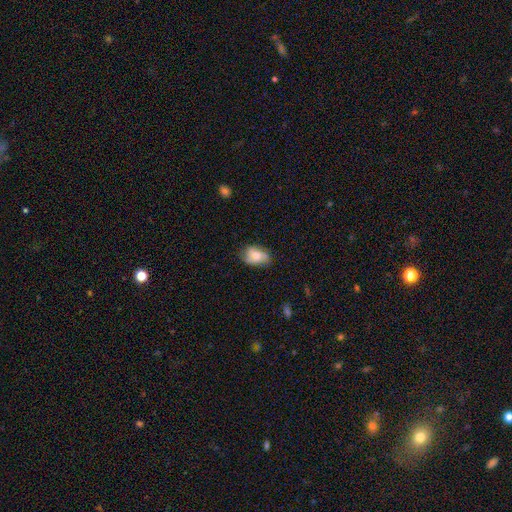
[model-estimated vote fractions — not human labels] smooth-or-featured: smooth: 65% | featured or disk: 27% | star or artifact: 8%
  how-rounded: in between: 85% | round: 13% | cigar-shaped: 2%
  merging: none: 64% | minor disturbance: 27% | major disturbance: 7% | merger: 2%